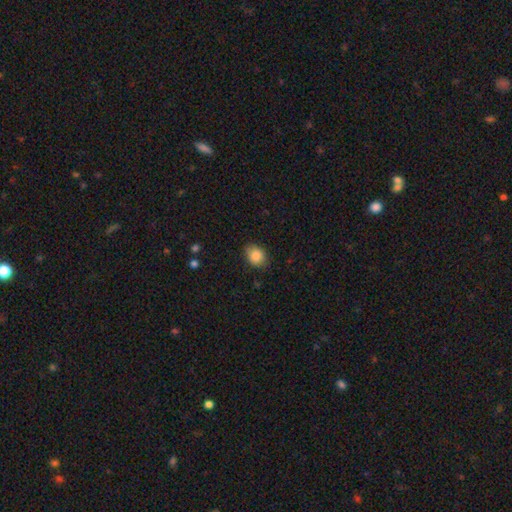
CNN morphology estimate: Smooth or featured: smooth — 86% (star or artifact — 9%)
How rounded: in between — 55% (round — 44%)
Merging: none — 82% (minor disturbance — 14%)